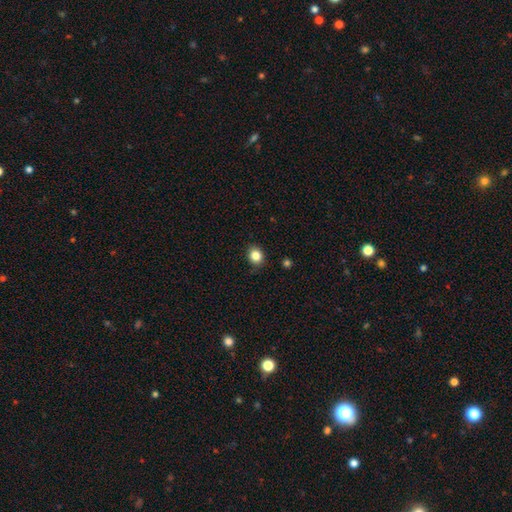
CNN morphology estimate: smooth_or_featured: smooth (p=0.84) [alt: star or artifact p=0.11]
how_rounded: round (p=0.69) [alt: in between p=0.30]
merging: none (p=0.87) [alt: minor disturbance p=0.09]